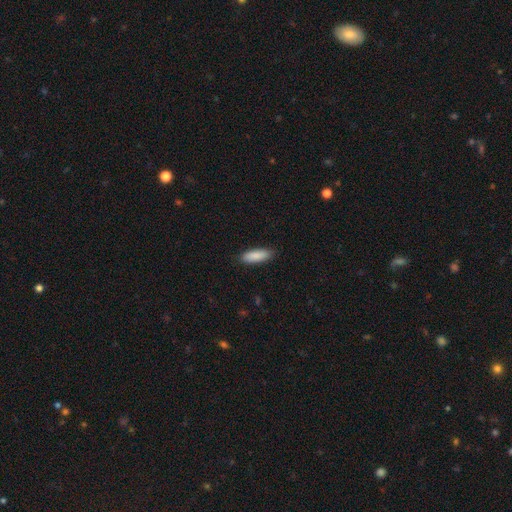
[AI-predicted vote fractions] smooth-or-featured: smooth: 89% | star or artifact: 6% | featured or disk: 6%
  how-rounded: in between: 55% | cigar-shaped: 43% | round: 2%
  merging: none: 88% | minor disturbance: 10% | major disturbance: 2% | merger: 1%